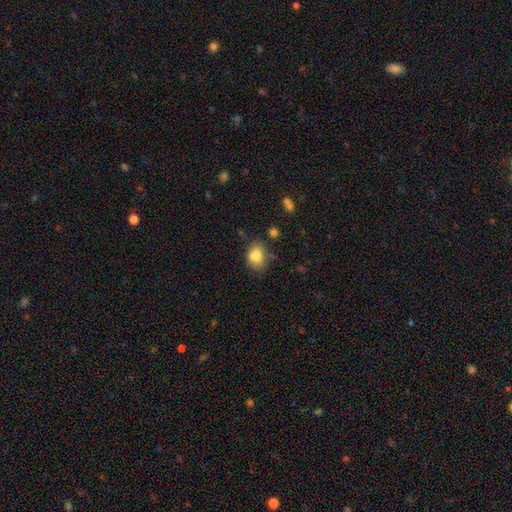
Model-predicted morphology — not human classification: smooth 81%, star or artifact 10%, featured or disk 9%. Down the decision tree: how rounded — in between (66%); merging — none (58%).